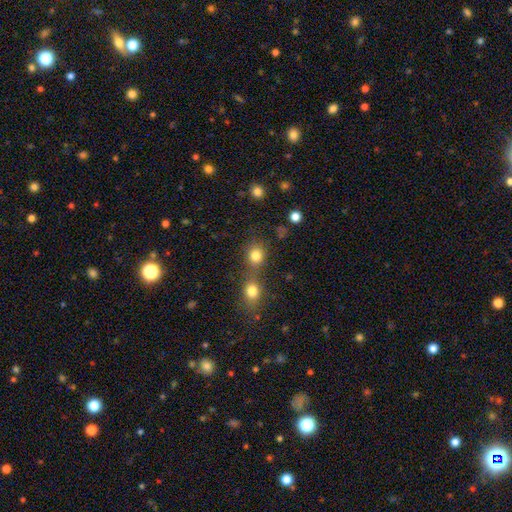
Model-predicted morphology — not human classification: Smooth or featured: smooth — 80% (star or artifact — 13%)
How rounded: round — 80% (in between — 18%)
Merging: none — 50% (merger — 39%)